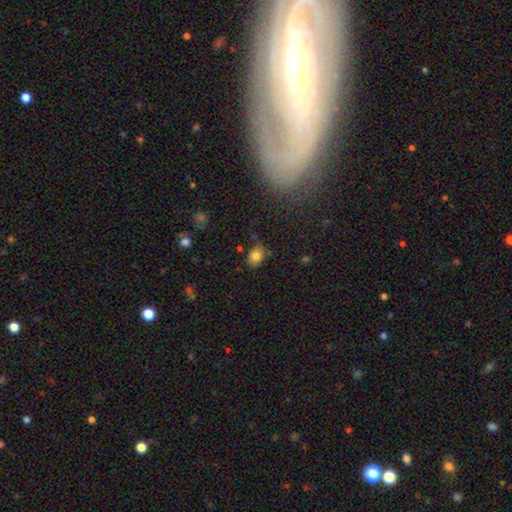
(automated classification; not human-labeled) Smooth or featured: smooth — 80% (star or artifact — 10%)
How rounded: in between — 72% (round — 27%)
Merging: none — 68% (minor disturbance — 23%)